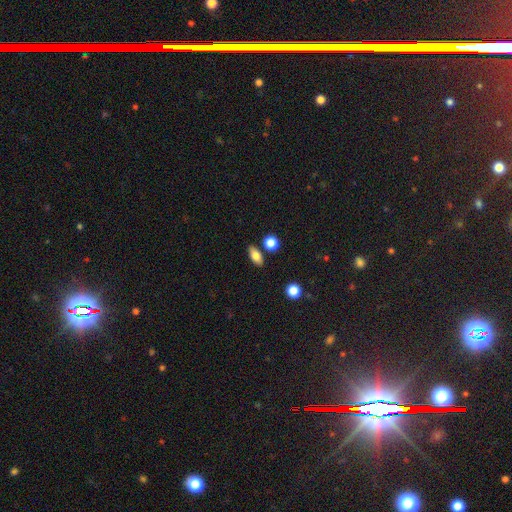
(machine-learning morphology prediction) This appears to be a smooth galaxy with no disk features (77%) that is in between round and cigar-shaped (79%). Merging: none (82%).